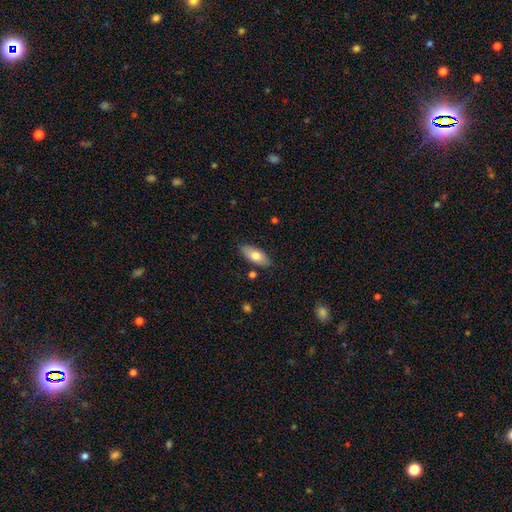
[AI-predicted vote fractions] This appears to be a smooth galaxy with no disk features (74%) that is in between round and cigar-shaped (85%). Merging: none (85%).